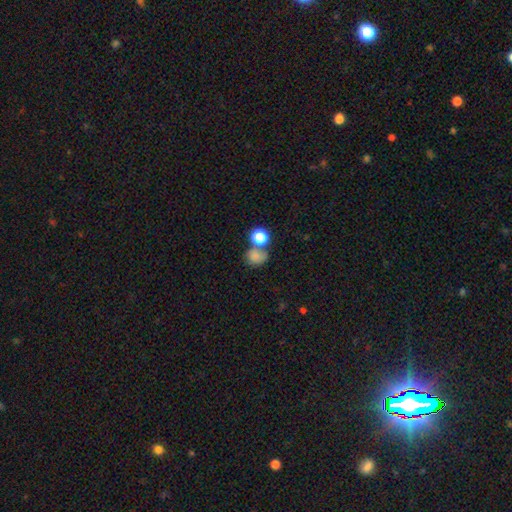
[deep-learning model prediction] Overall: smooth (77%). How rounded: round (66%; in between 33%). Merging: none (43%; merger 34%).